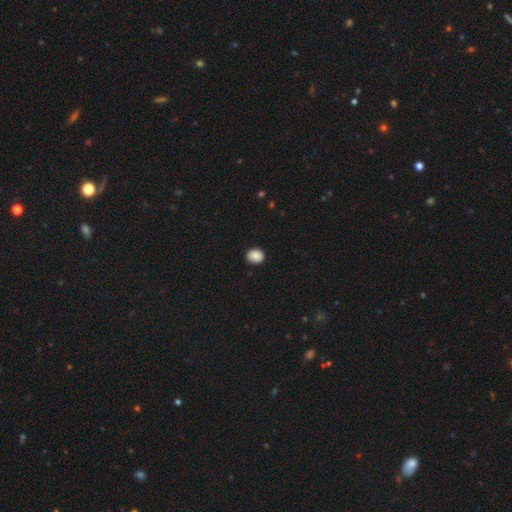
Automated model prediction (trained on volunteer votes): Smooth or featured?
  - smooth: 87% *
  - star or artifact: 8%
  - featured or disk: 4%
How rounded?
  - round: 64% *
  - in between: 35%
  - cigar-shaped: 1%
Merging?
  - none: 88% *
  - minor disturbance: 9%
  - major disturbance: 2%
  - merger: 1%